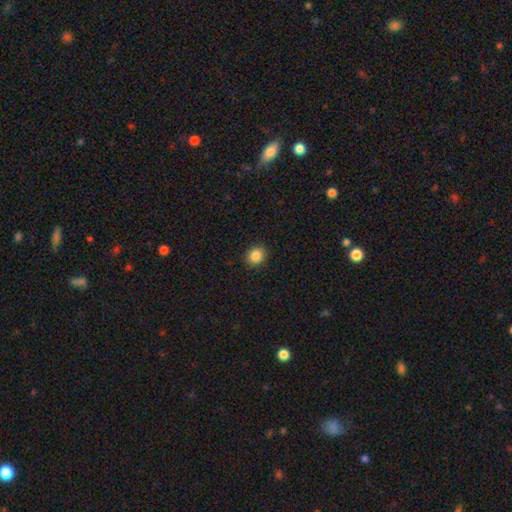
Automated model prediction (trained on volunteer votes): This is clearly a smooth galaxy (86%). How rounded: likely round (78%). Merging: clearly none (91%).